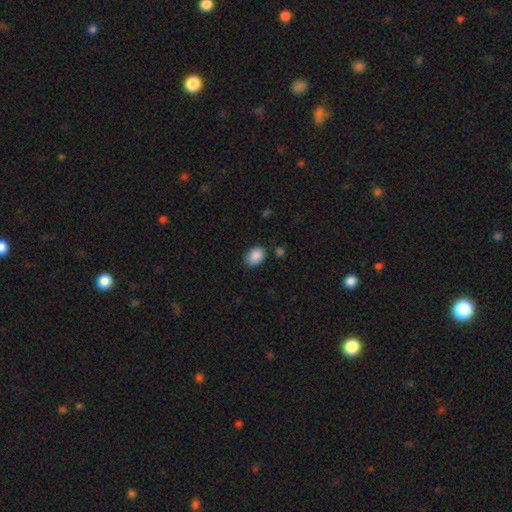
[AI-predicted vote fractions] This is clearly a smooth galaxy (89%). How rounded: clearly in between (80%). Merging: likely none (79%).